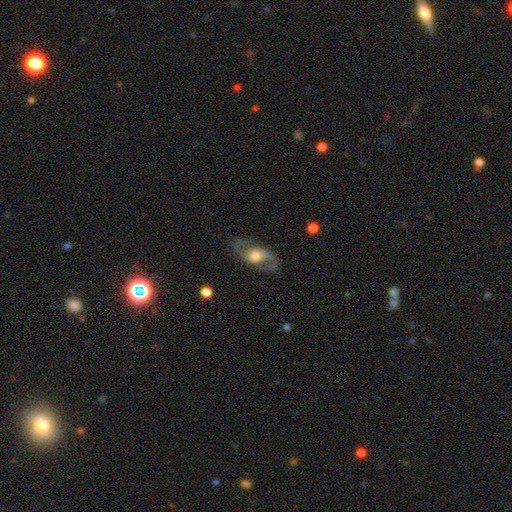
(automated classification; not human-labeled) A featured or disk galaxy (79%) with no bar (58%), 2 (90%) medium (51%) spiral arms (84%) and a moderate central bulge (56%). Merging: none (79%).